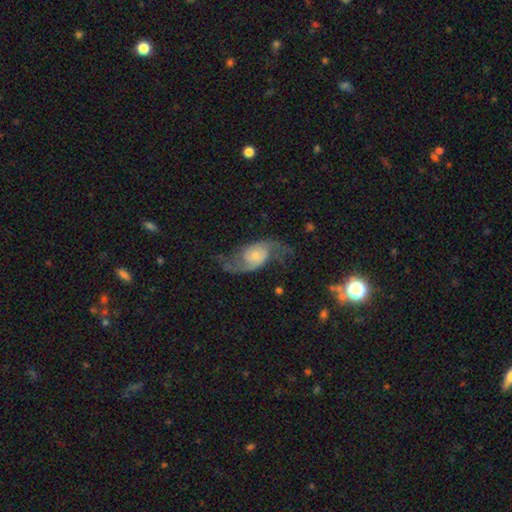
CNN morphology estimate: Smooth or featured?
  - featured or disk: 81% *
  - smooth: 13%
  - star or artifact: 6%
Edge-on disk?
  - no: 96% *
  - yes: 4%
Bar?
  - no: 69% *
  - weak: 25%
  - strong: 5%
Spiral arms?
  - yes: 94% *
  - no: 6%
Spiral winding?
  - loose: 60% *
  - medium: 31%
  - tight: 9%
Spiral arm count?
  - 2: 91% *
  - can't tell: 3%
  - 1: 2%
  - 3: 1%
  - 4: 1%
  - more than 4: 1%
Bulge size?
  - small: 53% *
  - moderate: 35%
  - large: 6%
  - none: 4%
  - dominant: 2%
Merging?
  - none: 58% *
  - major disturbance: 20%
  - minor disturbance: 19%
  - merger: 2%